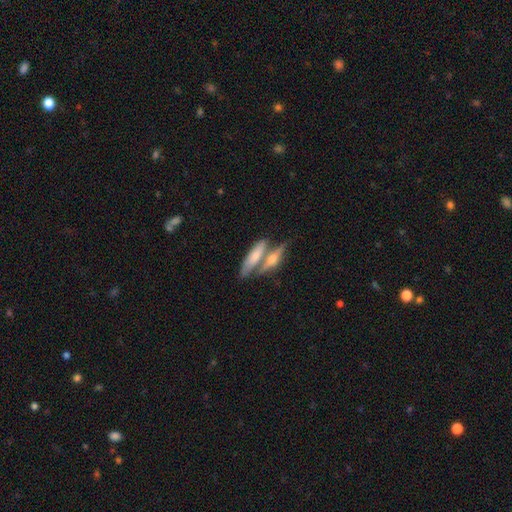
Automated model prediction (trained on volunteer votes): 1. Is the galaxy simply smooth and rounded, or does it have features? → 49% smooth, 43% featured or disk, 8% star or artifact.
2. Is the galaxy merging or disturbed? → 44% merger, 43% none, 9% minor disturbance, 4% major disturbance.